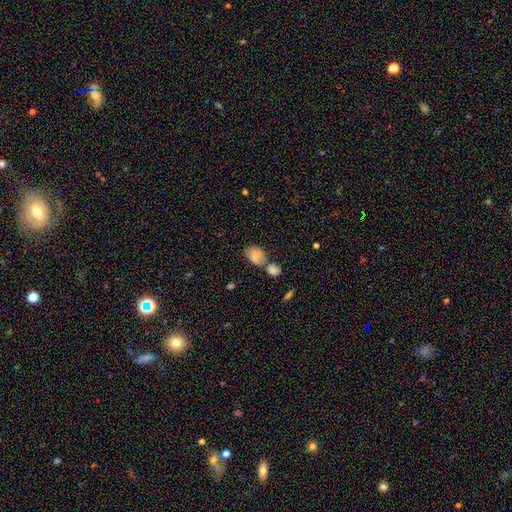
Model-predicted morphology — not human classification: The model was most divided on "merging": merger: 39%, none: 37%, minor disturbance: 17%, major disturbance: 7%. More confident: how rounded — in between (83%); smooth or featured — smooth (74%).